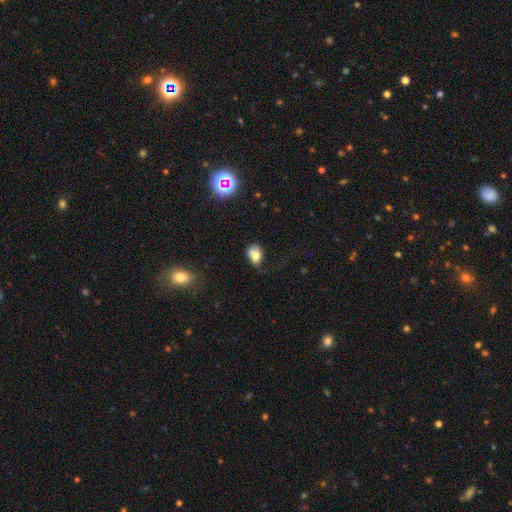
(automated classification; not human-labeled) smooth-or-featured: smooth: 75% | featured or disk: 14% | star or artifact: 11%
  how-rounded: in between: 67% | round: 32% | cigar-shaped: 1%
  merging: none: 39% | minor disturbance: 34% | major disturbance: 20% | merger: 7%